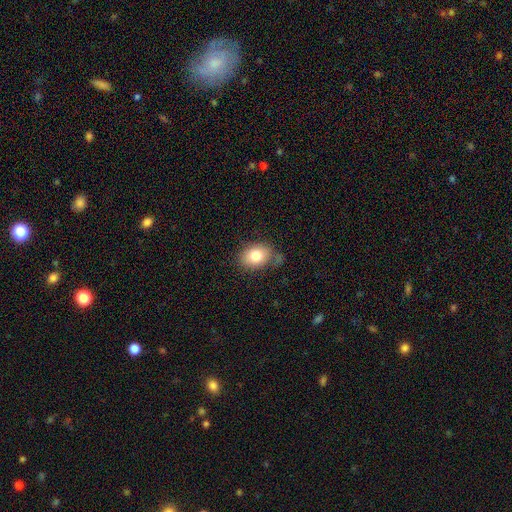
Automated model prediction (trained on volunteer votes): A smooth galaxy with no disk features (80%) that is in between round and cigar-shaped (69%). Merging: none (66%).